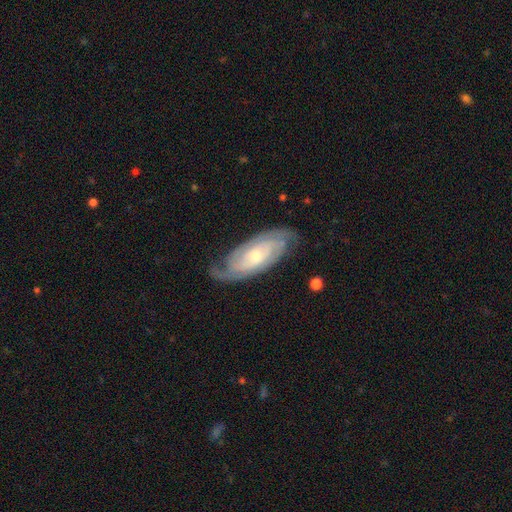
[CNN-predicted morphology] Smooth or featured? featured or disk (85%)
Edge-on disk? no (92%)
Bar? no (63%)
Spiral arms? yes (96%)
Spiral winding? tight (67%)
Spiral arm count? 2 (46%)
Bulge size? small (55%)
Merging? none (75%)